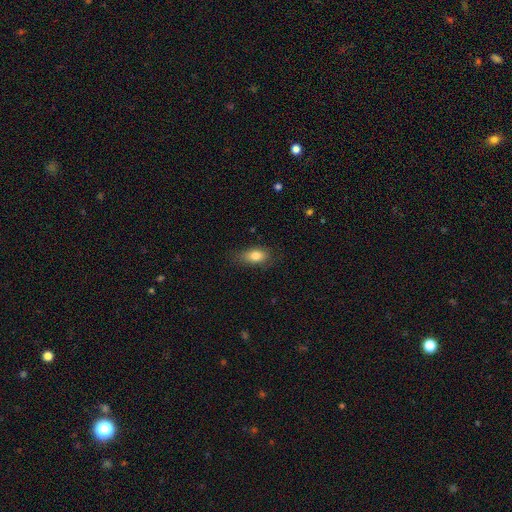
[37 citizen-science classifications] Smooth or featured? smooth (81%)
How rounded? in between (93%)
Merging? none (83%)